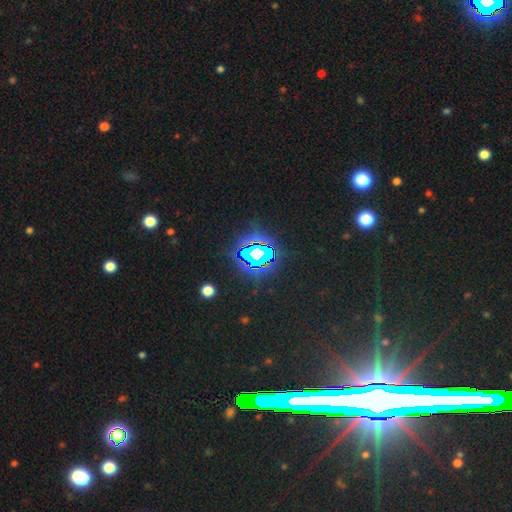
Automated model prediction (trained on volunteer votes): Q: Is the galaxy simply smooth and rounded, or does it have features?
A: star or artifact — 75%.